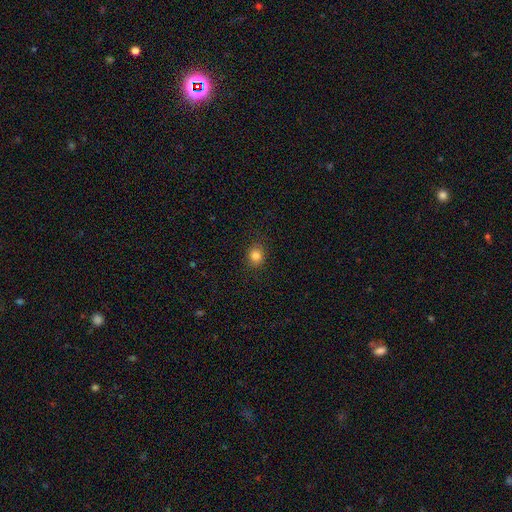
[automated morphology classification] A smooth galaxy with no disk features (84%) that is round (78%). Merging: none (89%).